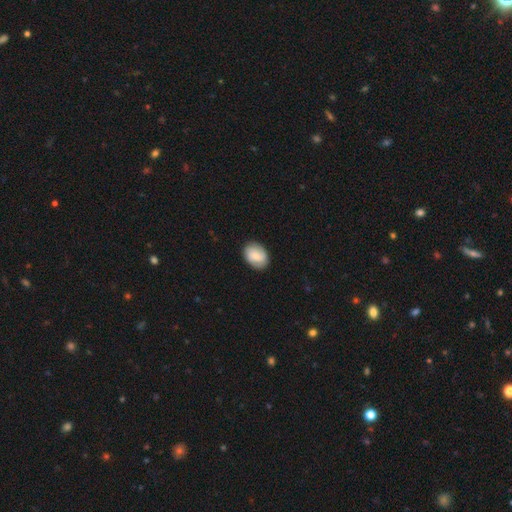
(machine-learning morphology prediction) Q: Smooth or featured?
A: smooth (69%); runner-up: featured or disk (24%)
Q: How rounded?
A: in between (67%); runner-up: round (32%)
Q: Merging?
A: none (84%); runner-up: minor disturbance (12%)